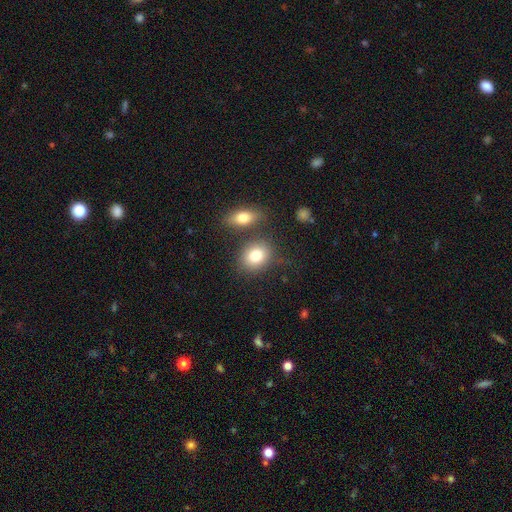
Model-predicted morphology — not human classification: The model was most divided on "how rounded": in between: 51%, round: 47%, cigar-shaped: 1%. More confident: smooth or featured — smooth (81%); merging — none (68%).